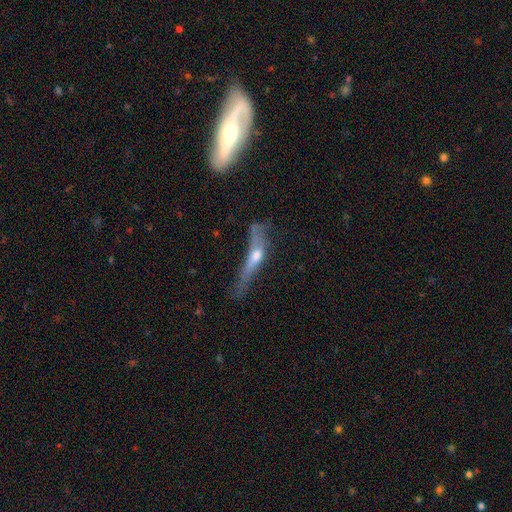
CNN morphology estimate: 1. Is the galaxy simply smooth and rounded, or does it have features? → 54% featured or disk, 35% smooth, 11% star or artifact.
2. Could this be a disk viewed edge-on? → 71% yes, 29% no.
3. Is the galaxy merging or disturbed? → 39% major disturbance, 31% none, 24% minor disturbance, 6% merger.